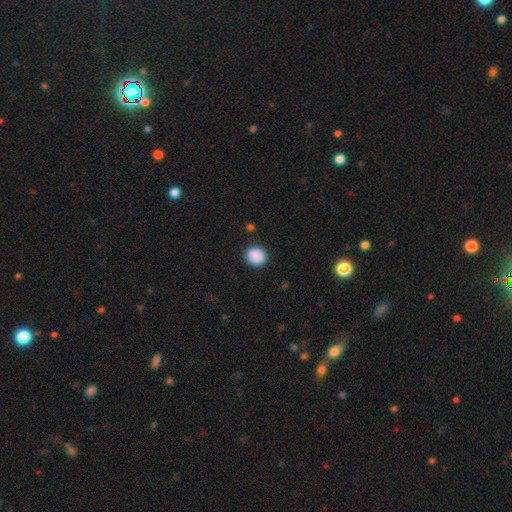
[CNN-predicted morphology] Smooth or featured?
  - smooth: 89% *
  - star or artifact: 8%
  - featured or disk: 3%
How rounded?
  - round: 75% *
  - in between: 24%
  - cigar-shaped: 1%
Merging?
  - none: 87% *
  - minor disturbance: 9%
  - major disturbance: 2%
  - merger: 1%